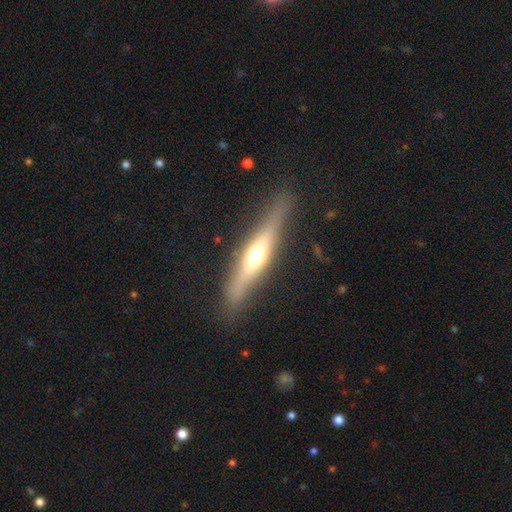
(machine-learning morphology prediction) Smooth or featured? featured or disk (63%)
Edge-on disk? yes (93%)
Edge-on bulge? rounded (85%)
Merging? none (85%)